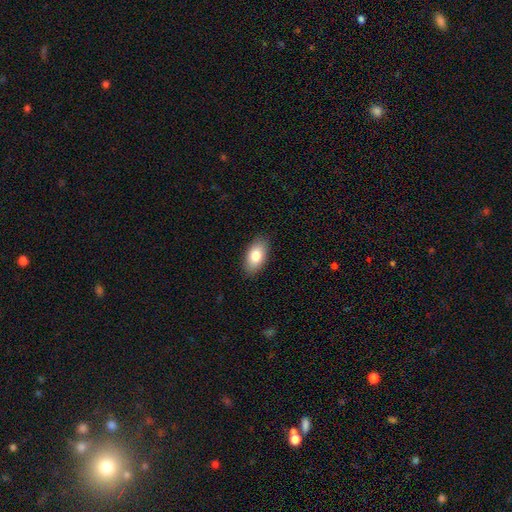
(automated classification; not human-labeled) Q: Smooth or featured?
A: smooth (83%); runner-up: featured or disk (11%)
Q: How rounded?
A: in between (93%); runner-up: cigar-shaped (4%)
Q: Merging?
A: none (88%); runner-up: minor disturbance (9%)